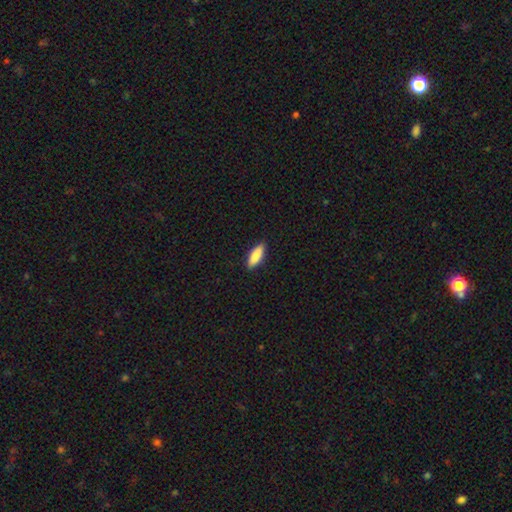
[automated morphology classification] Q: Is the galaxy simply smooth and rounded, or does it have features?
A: smooth — 86%.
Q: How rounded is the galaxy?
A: in between — 55%.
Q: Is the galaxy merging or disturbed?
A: none — 89%.